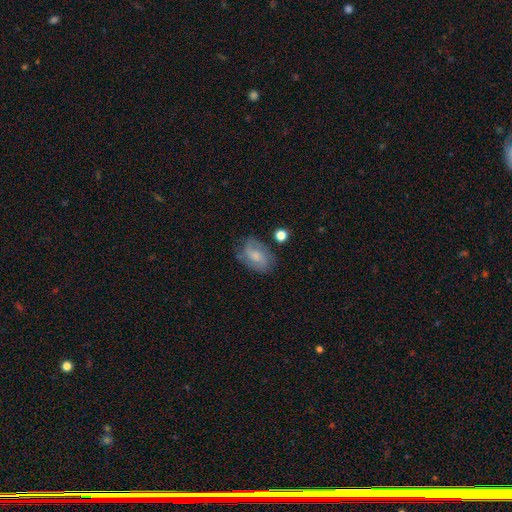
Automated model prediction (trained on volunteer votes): A featured or disk galaxy (52%). Merging: none (63%).